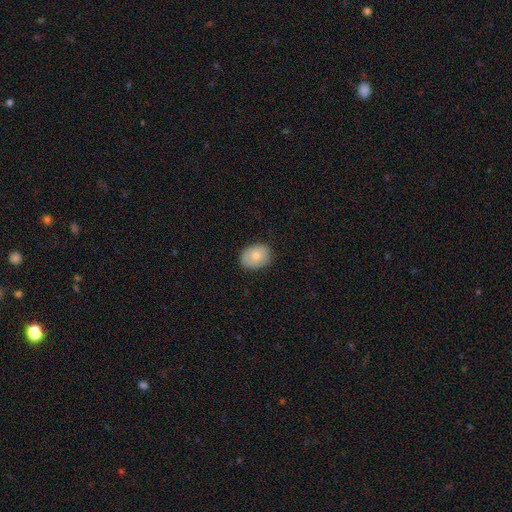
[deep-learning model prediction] smooth-or-featured: smooth: 75% | featured or disk: 18% | star or artifact: 7%
  how-rounded: in between: 55% | round: 45% | cigar-shaped: 1%
  merging: none: 82% | minor disturbance: 14% | major disturbance: 3% | merger: 1%